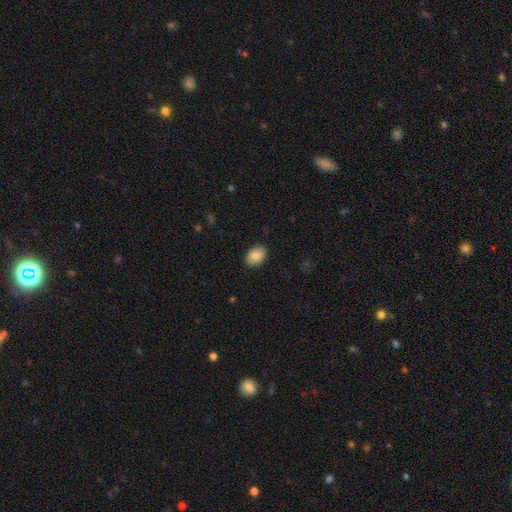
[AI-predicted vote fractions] smooth_or_featured: smooth (p=0.87) [alt: star or artifact p=0.07]
how_rounded: in between (p=0.79) [alt: round p=0.20]
merging: none (p=0.87) [alt: minor disturbance p=0.10]